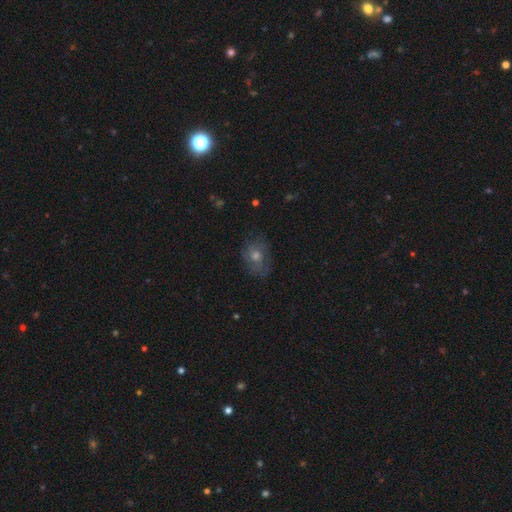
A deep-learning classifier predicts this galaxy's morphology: Smooth or featured? Predicted: smooth (p=0.46). Merging? Predicted: none (p=0.71).